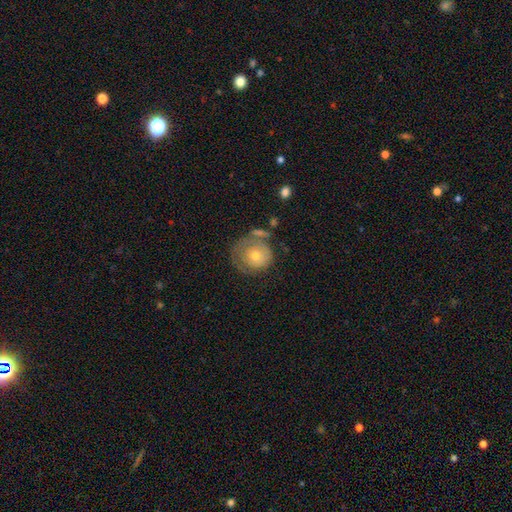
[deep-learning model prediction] Smooth or featured? Predicted: smooth (p=0.52). How rounded? Predicted: round (p=0.83). Merging? Predicted: none (p=0.51).